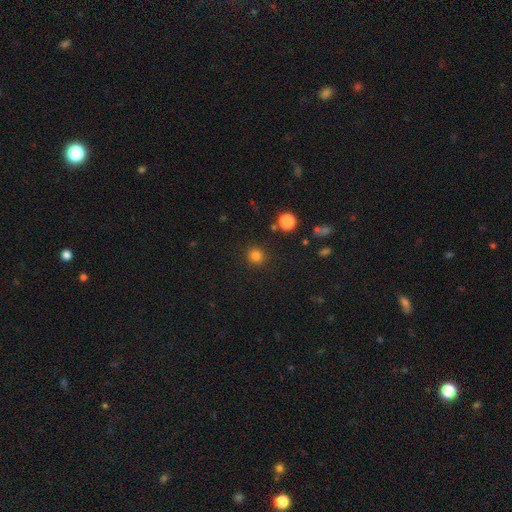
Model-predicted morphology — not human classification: Smooth or featured? smooth (81%)
How rounded? round (93%)
Merging? none (89%)